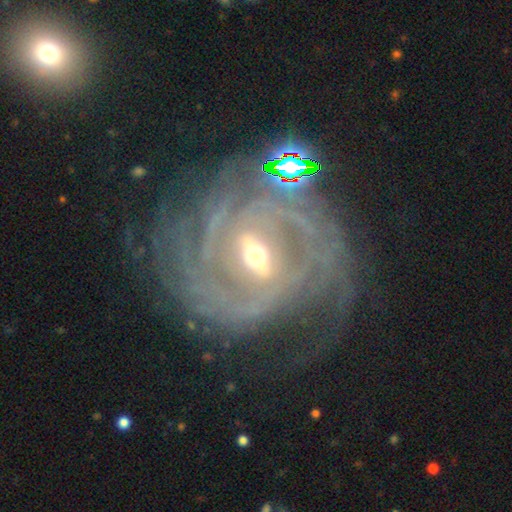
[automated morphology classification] Smooth or featured? featured or disk (90%)
Edge-on disk? no (97%)
Bar? strong (44%)
Spiral arms? yes (96%)
Spiral winding? tight (65%)
Spiral arm count? can't tell (27%)
Bulge size? moderate (51%)
Merging? none (62%)